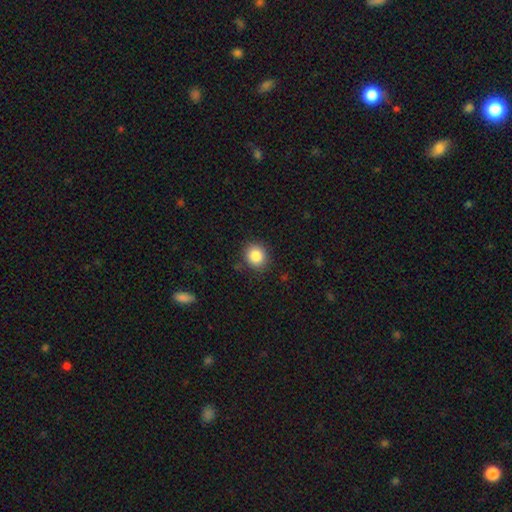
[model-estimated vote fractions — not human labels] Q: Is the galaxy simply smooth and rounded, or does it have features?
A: smooth — 86%.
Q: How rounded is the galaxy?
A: round — 81%.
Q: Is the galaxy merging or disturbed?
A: none — 87%.